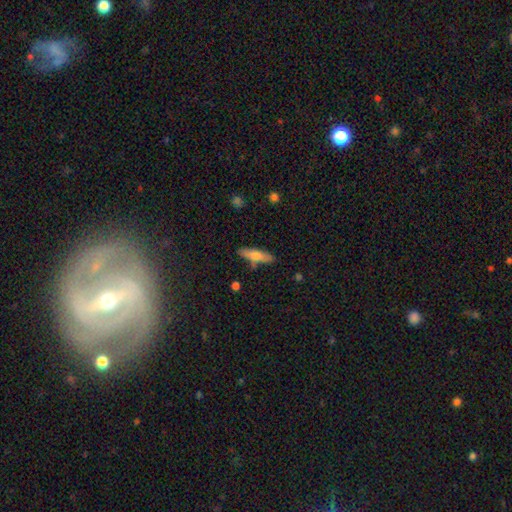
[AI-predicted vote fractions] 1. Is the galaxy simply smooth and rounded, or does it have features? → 63% smooth, 31% featured or disk, 7% star or artifact.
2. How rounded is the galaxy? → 62% cigar-shaped, 35% in between, 2% round.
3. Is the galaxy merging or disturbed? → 79% none, 13% minor disturbance, 5% merger, 3% major disturbance.